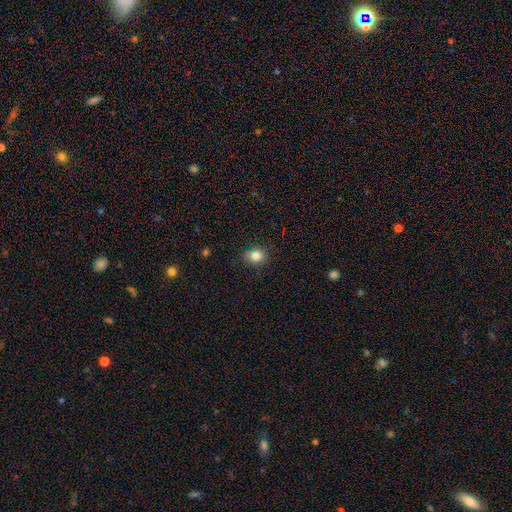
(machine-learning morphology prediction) smooth-or-featured: smooth: 83% | star or artifact: 11% | featured or disk: 6%
  how-rounded: in between: 51% | round: 48% | cigar-shaped: 1%
  merging: none: 84% | minor disturbance: 12% | major disturbance: 3% | merger: 1%